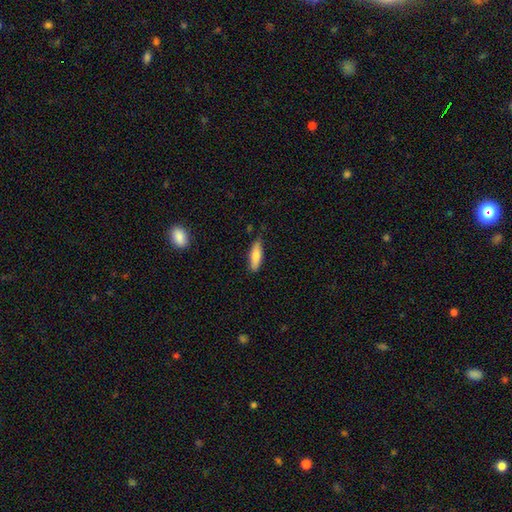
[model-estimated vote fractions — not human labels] smooth-or-featured: smooth: 74% | featured or disk: 20% | star or artifact: 6%
  how-rounded: cigar-shaped: 49% (tied) | in between: 49% (tied) | round: 2%
  merging: none: 78% | minor disturbance: 18% | major disturbance: 3% | merger: 2%